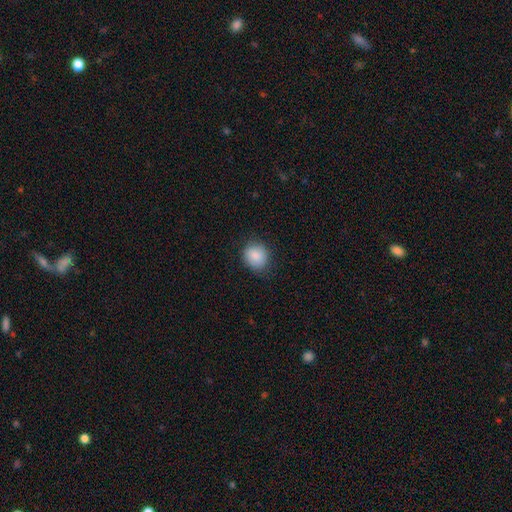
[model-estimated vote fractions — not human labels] Morphology: type=smooth (87%); roundness=round (75%); merging=none (82%).